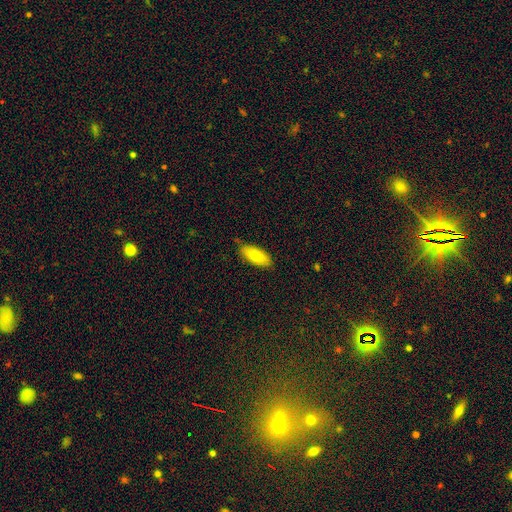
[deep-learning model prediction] Q: Smooth or featured?
A: smooth (77%); runner-up: featured or disk (16%)
Q: How rounded?
A: in between (84%); runner-up: cigar-shaped (14%)
Q: Merging?
A: none (83%); runner-up: minor disturbance (13%)